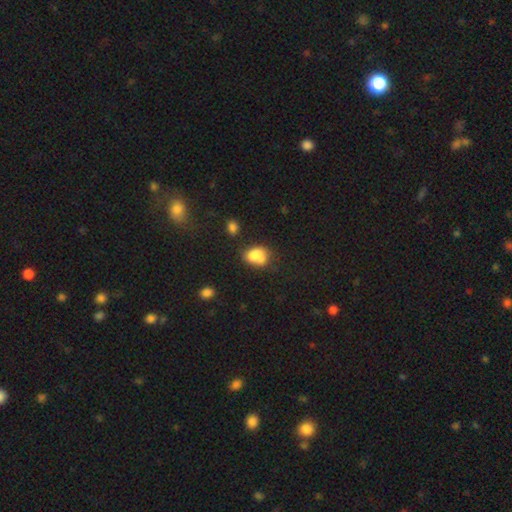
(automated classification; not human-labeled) Morphology: type=smooth (75%); roundness=in between (64%); merging=none (35%).